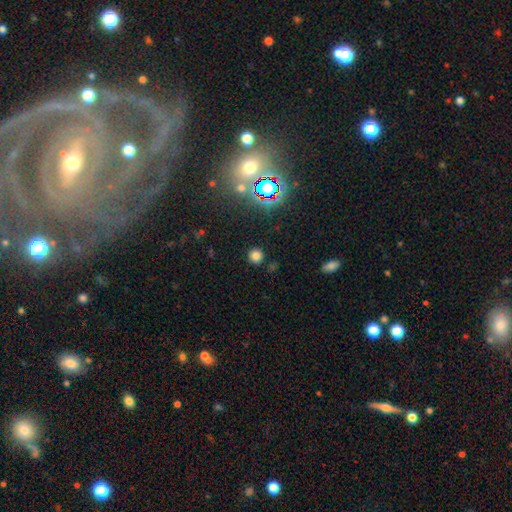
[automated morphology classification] Smooth or featured? smooth (76%)
How rounded? round (93%)
Merging? none (89%)